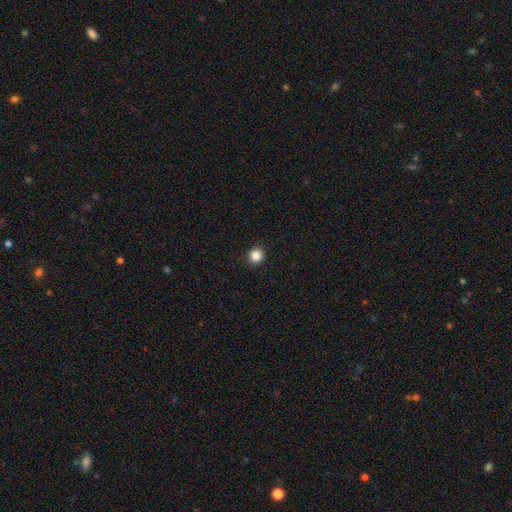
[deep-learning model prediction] Smooth or featured? smooth (85%)
How rounded? round (92%)
Merging? none (92%)